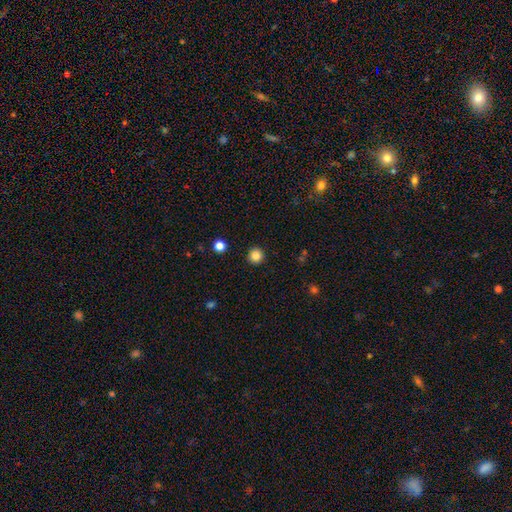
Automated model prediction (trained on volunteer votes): A smooth galaxy with no disk features (85%) that is round (95%). Merging: none (93%).